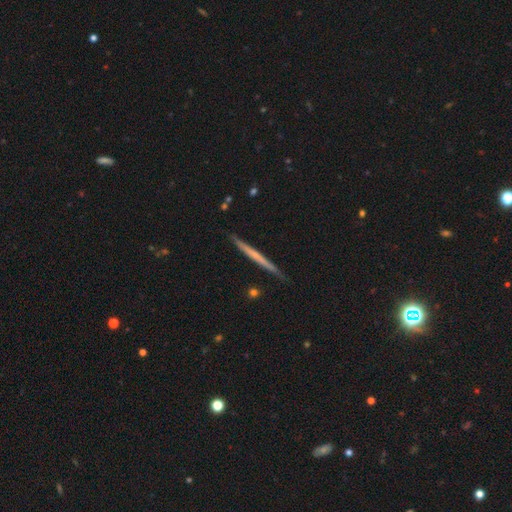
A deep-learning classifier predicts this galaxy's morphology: A featured or disk galaxy (56%) viewed edge-on (98%) with no central bulge (82%). Merging: none (88%).